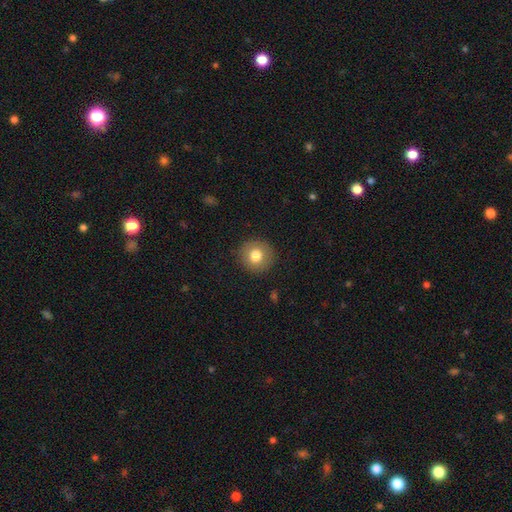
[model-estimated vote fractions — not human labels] Smooth or featured? smooth (78%)
How rounded? round (94%)
Merging? none (90%)